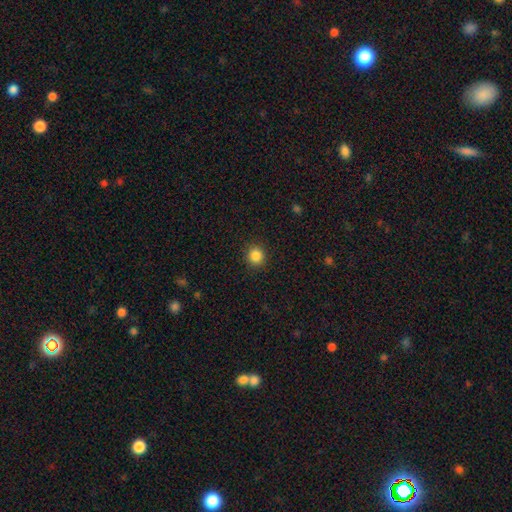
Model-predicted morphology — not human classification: A smooth galaxy with no disk features (86%) that is round (90%).

Vote fractions:
- Smooth or featured? smooth: 86% / star or artifact: 11% / featured or disk: 3%
- How rounded? round: 90% / in between: 9% / cigar-shaped: 1%
- Merging? none: 91% / minor disturbance: 6% / major disturbance: 2% / merger: 1%